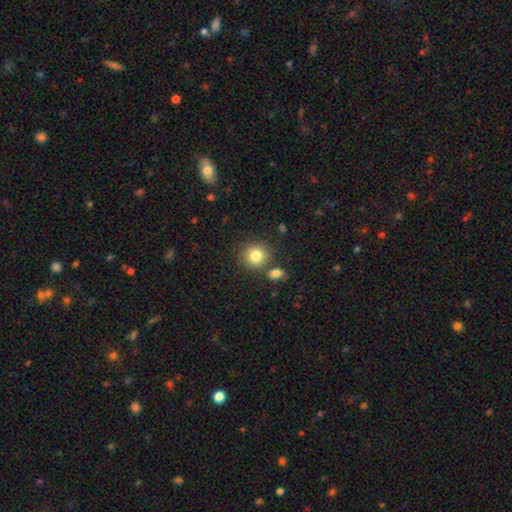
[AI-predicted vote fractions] Smooth or featured? Predicted: smooth (p=0.82). How rounded? Predicted: round (p=0.88). Merging? Predicted: none (p=0.75).